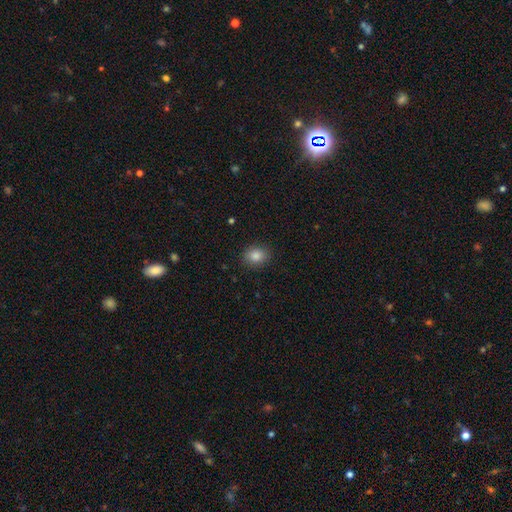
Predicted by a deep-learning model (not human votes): smooth_or_featured: smooth (p=0.85) [alt: star or artifact p=0.10]
how_rounded: round (p=0.60) [alt: in between p=0.39]
merging: none (p=0.89) [alt: minor disturbance p=0.08]